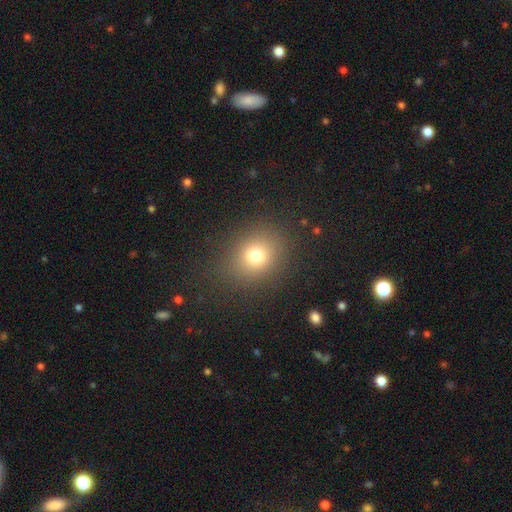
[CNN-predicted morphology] smooth_or_featured: smooth (p=0.73) [alt: star or artifact p=0.17]
how_rounded: round (p=0.68) [alt: in between p=0.31]
merging: none (p=0.84) [alt: minor disturbance p=0.09]